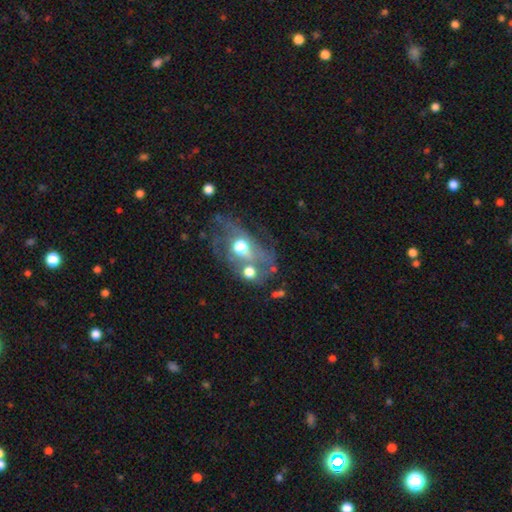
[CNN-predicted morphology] A featured or disk galaxy (63%) with no bar (72%), no spiral arms (52%) and a moderate central bulge (72%).

Vote fractions:
- Smooth or featured? featured or disk: 63% / smooth: 23% / star or artifact: 14%
- Edge-on disk? no: 90% / yes: 10%
- Bar? no: 72% / weak: 19% / strong: 9%
- Spiral arms? no: 52% / yes: 48%
- Bulge size? moderate: 72% / large: 13% / small: 11% / dominant: 2% / none: 2%
- Merging? none: 42% / merger: 24% / minor disturbance: 18% / major disturbance: 16%